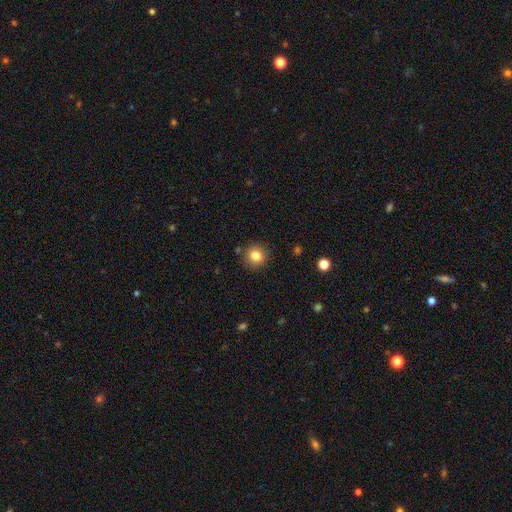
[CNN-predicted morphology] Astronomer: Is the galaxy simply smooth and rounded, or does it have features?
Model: smooth — 83%.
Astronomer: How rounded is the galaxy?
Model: round — 91%.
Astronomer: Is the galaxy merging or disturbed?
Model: none — 88%.